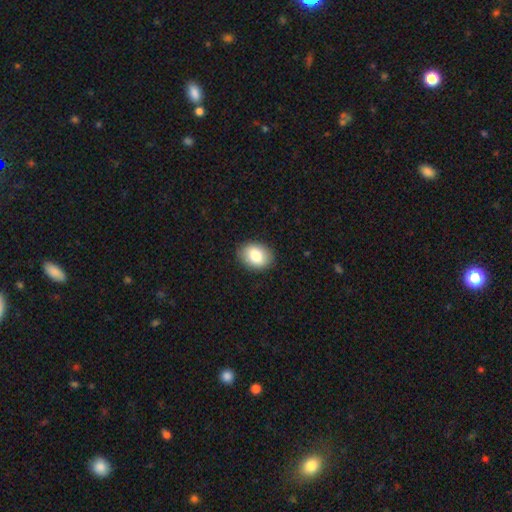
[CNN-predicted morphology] Smooth or featured? Predicted: smooth (p=0.82). How rounded? Predicted: in between (p=0.70). Merging? Predicted: none (p=0.88).